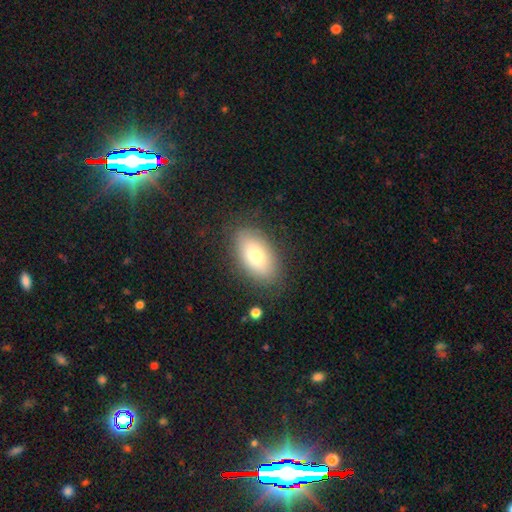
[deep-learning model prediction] A smooth galaxy with no disk features (74%) that is in between round and cigar-shaped (92%). Merging: none (80%).